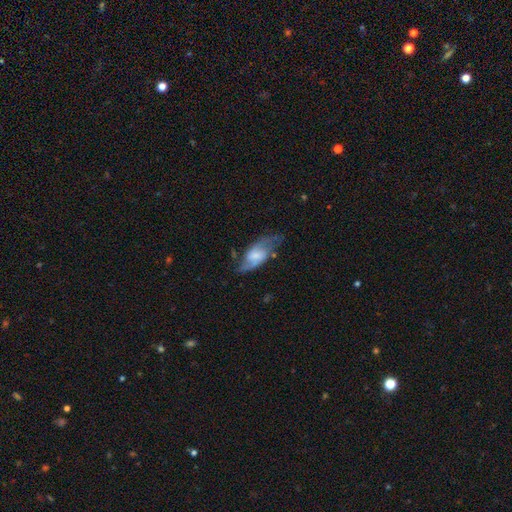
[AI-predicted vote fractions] A featured or disk galaxy (72%) with a weak bar (46%), 2 (84%) medium (43%, tied with loose) spiral arms (89%) and a small central bulge (34%).

Vote fractions:
- Smooth or featured? featured or disk: 72% / smooth: 22% / star or artifact: 7%
- Edge-on disk? no: 92% / yes: 8%
- Bar? weak: 46% / no: 37% / strong: 17%
- Spiral arms? yes: 89% / no: 11%
- Spiral winding? medium: 43% (tied) / loose: 43% (tied) / tight: 14%
- Spiral arm count? 2: 84% / can't tell: 8% / 1: 4% / 3: 2% / 4: 1% / more than 4: 1%
- Bulge size? small: 34% / moderate: 32% / none: 19% / large: 13% / dominant: 2%
- Merging? none: 58% / minor disturbance: 23% / major disturbance: 16% / merger: 3%